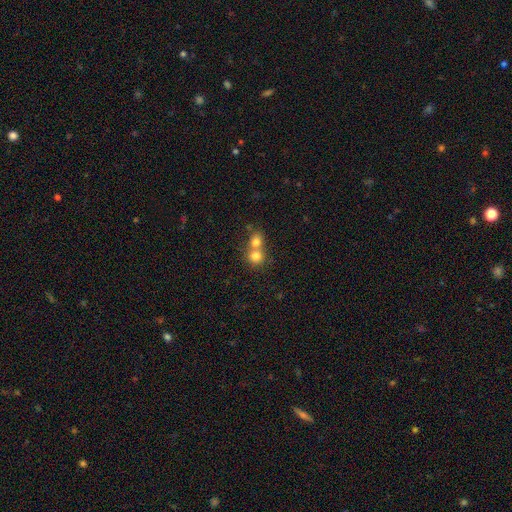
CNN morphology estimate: Smooth or featured? Predicted: smooth (p=0.77). How rounded? Predicted: round (p=0.83). Merging? Predicted: merger (p=0.61).